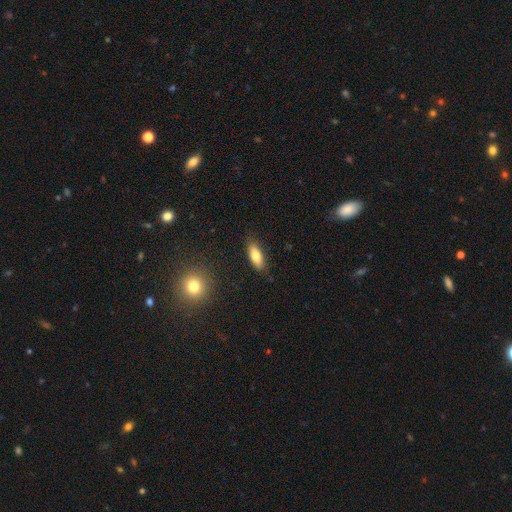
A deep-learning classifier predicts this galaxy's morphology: Q: Smooth or featured?
A: smooth (77%); runner-up: featured or disk (16%)
Q: How rounded?
A: in between (74%); runner-up: cigar-shaped (23%)
Q: Merging?
A: none (82%); runner-up: minor disturbance (13%)